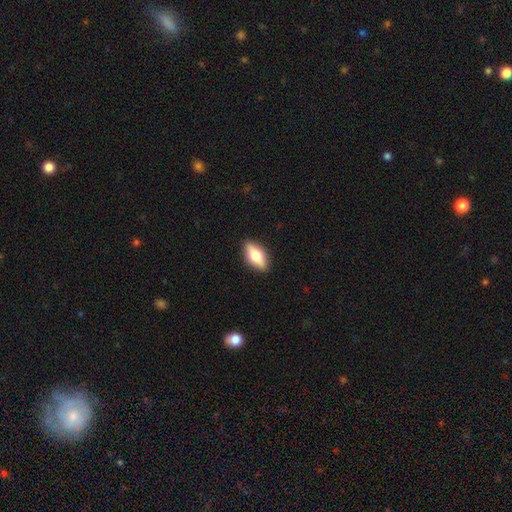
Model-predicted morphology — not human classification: This appears to be a smooth galaxy with no disk features (63%) that is in between round and cigar-shaped (80%). Merging: none (88%).